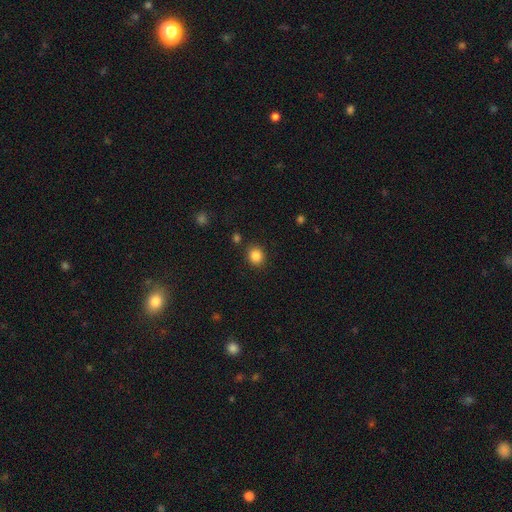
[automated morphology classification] smooth_or_featured: smooth (p=0.86) [alt: star or artifact p=0.10]
how_rounded: round (p=0.79) [alt: in between p=0.20]
merging: none (p=0.86) [alt: minor disturbance p=0.08]